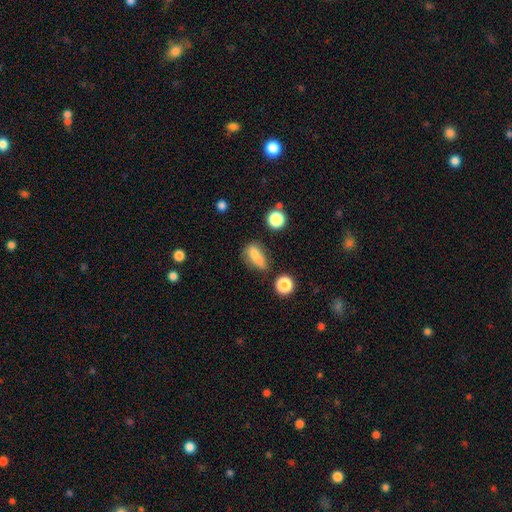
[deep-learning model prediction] This appears to be a smooth galaxy with no disk features (76%) that is in between round and cigar-shaped (63%). Merging: none (50%).